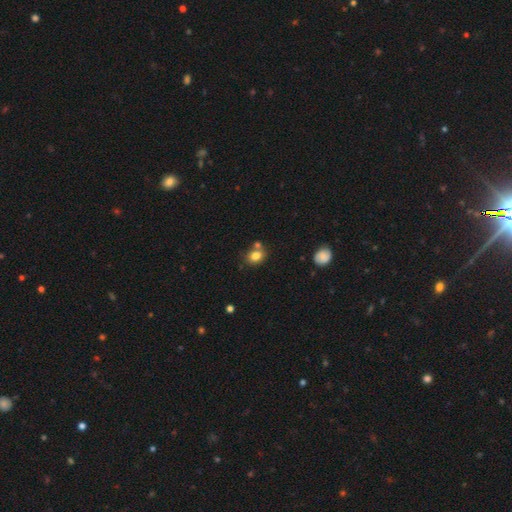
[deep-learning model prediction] Q: Smooth or featured?
A: smooth (81%); runner-up: star or artifact (11%)
Q: How rounded?
A: in between (56%); runner-up: round (43%)
Q: Merging?
A: none (59%); runner-up: merger (24%)